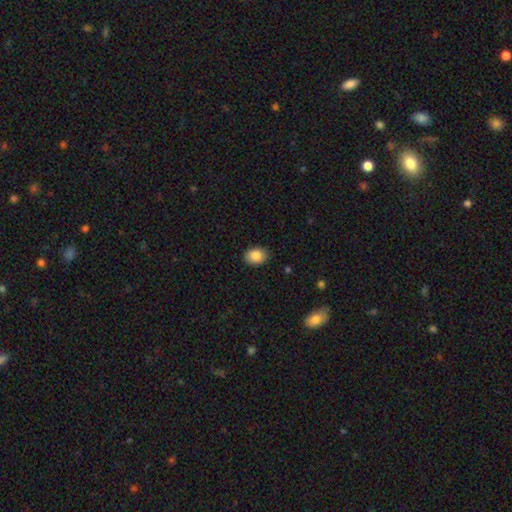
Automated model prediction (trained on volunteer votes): smooth 87%, star or artifact 7%, featured or disk 5%. Down the decision tree: how rounded — in between (75%); merging — none (88%).